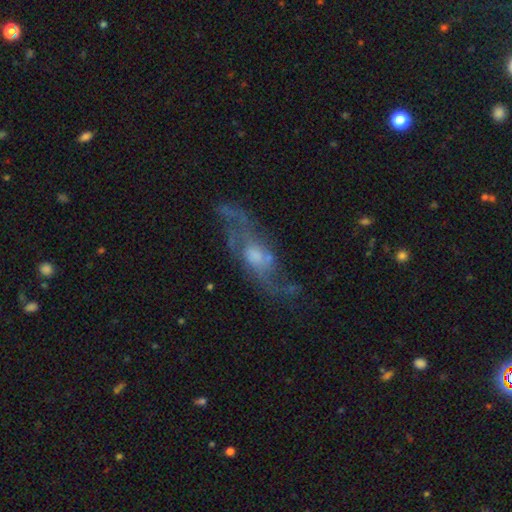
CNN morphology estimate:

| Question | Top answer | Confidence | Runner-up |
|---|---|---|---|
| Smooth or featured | featured or disk | 80% | smooth (13%) |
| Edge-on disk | no | 84% | yes (16%) |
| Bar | no | 66% | weak (29%) |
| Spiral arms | yes | 88% | no (12%) |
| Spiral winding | loose | 44% | medium (40%) |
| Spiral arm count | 2 | 60% | can't tell (20%) |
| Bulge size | moderate | 54% | small (26%) |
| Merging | none | 62% | minor disturbance (20%) |